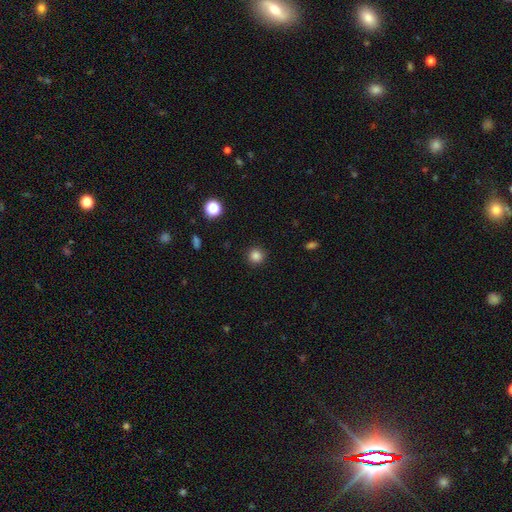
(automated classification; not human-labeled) A smooth galaxy with no disk features (84%) that is round (94%). Merging: none (91%).